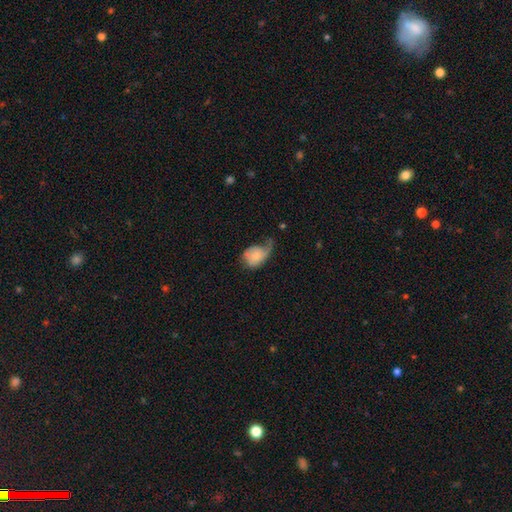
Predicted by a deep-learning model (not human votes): A smooth galaxy with no disk features (54%) that is in between round and cigar-shaped (68%).

Vote fractions:
- Smooth or featured? smooth: 54% / featured or disk: 39% / star or artifact: 7%
- How rounded? in between: 68% / round: 31% / cigar-shaped: 1%
- Merging? major disturbance: 44% / minor disturbance: 31% / none: 22% / merger: 3%